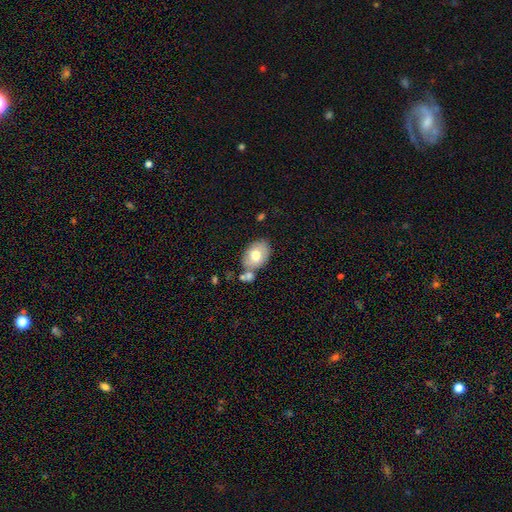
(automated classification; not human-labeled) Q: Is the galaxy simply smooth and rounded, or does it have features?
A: smooth — 71%.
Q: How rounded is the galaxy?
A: in between — 80%.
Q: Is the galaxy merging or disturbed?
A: none — 61%.